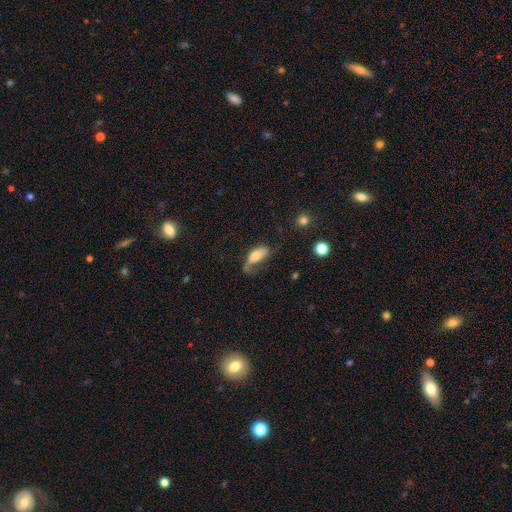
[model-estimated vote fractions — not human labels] Smooth or featured? Predicted: smooth (p=0.65). How rounded? Predicted: in between (p=0.83). Merging? Predicted: major disturbance (p=0.39).